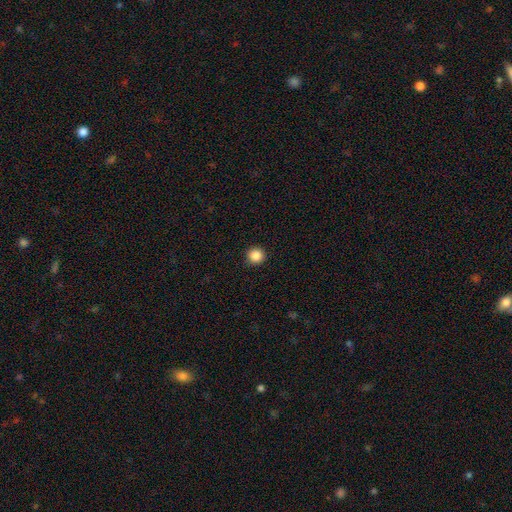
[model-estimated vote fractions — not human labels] This appears to be a smooth galaxy with no disk features (87%) that is round (94%). Merging: none (93%).